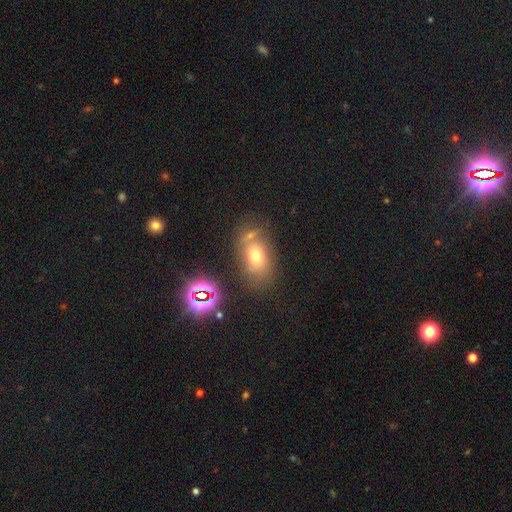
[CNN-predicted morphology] A smooth galaxy with no disk features (61%) that is in between round and cigar-shaped (77%). Merging: none (56%).